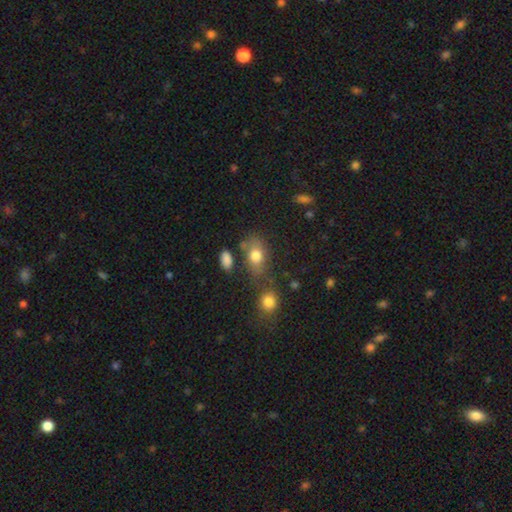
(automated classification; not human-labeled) smooth 77%, featured or disk 12%, star or artifact 11%. Down the decision tree: how rounded — in between (78%); merging — none (55%).